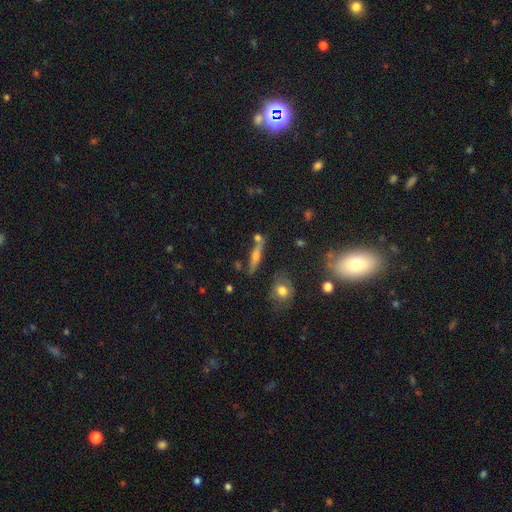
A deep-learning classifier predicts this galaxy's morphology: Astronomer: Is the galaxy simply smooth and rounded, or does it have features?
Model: featured or disk — 49% (runner-up: smooth, 40%).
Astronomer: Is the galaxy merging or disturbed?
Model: none — 68%.